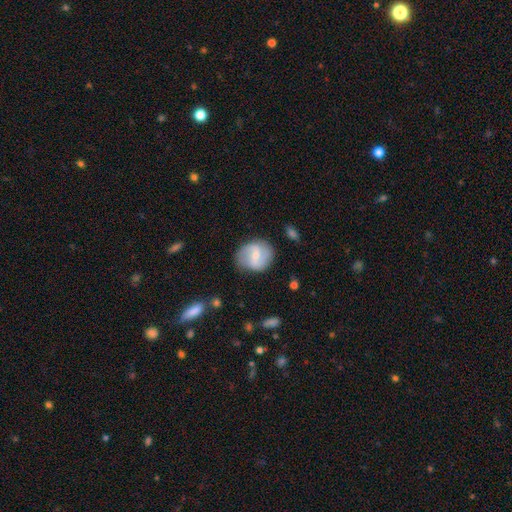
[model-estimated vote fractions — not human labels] This is likely a featured or disk galaxy (64%). It is clearly not viewed edge-on (97%). Bar: possibly weak (52%). Spiral arm pattern: clearly yes (84%). Spiral arm count: clearly 2 (86%). Spiral winding: marginally loose (42%, tied with medium). Central bulge: possibly small (57%). Merging: likely none (77%).